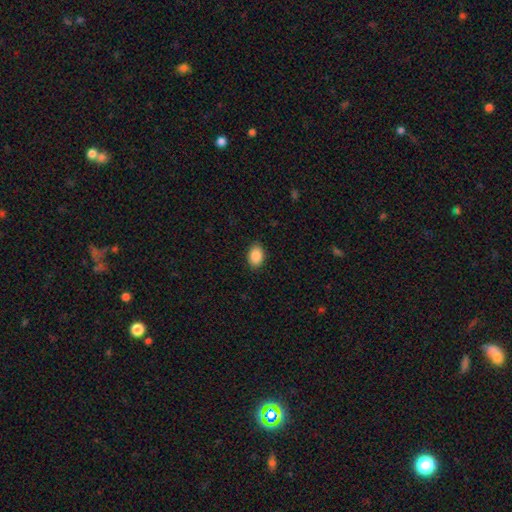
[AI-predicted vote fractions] Smooth or featured? smooth (89%)
How rounded? in between (80%)
Merging? none (88%)